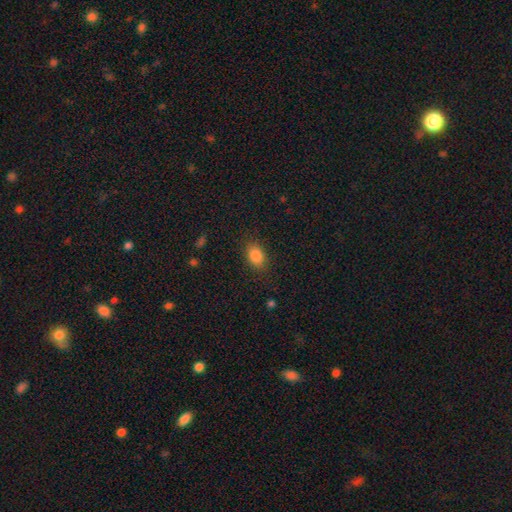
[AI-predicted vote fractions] Smooth or featured? Predicted: smooth (p=0.85). How rounded? Predicted: in between (p=0.77). Merging? Predicted: none (p=0.85).